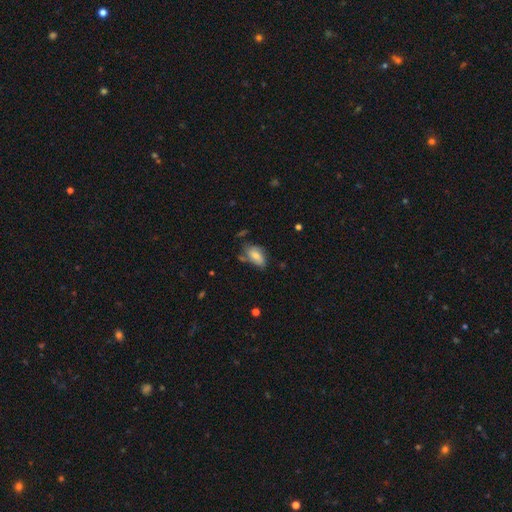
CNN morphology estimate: Overall: smooth (64%; featured or disk 27%). How rounded: in between (90%). Merging: none (47%; minor disturbance 32%).